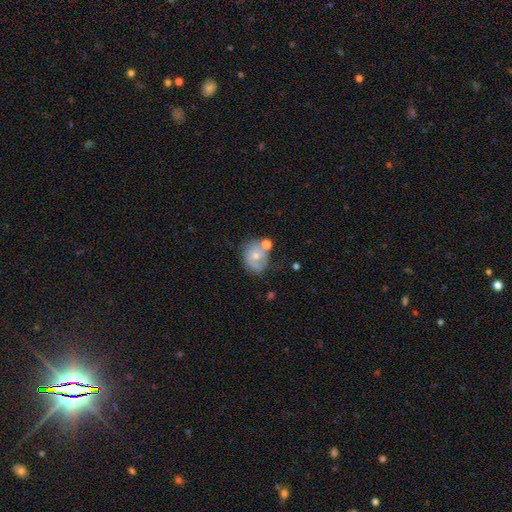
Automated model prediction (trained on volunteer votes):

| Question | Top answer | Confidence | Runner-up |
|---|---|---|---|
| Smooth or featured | smooth | 54% | featured or disk (37%) |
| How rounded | round | 61% | in between (39%) |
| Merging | none | 45% | minor disturbance (24%) |